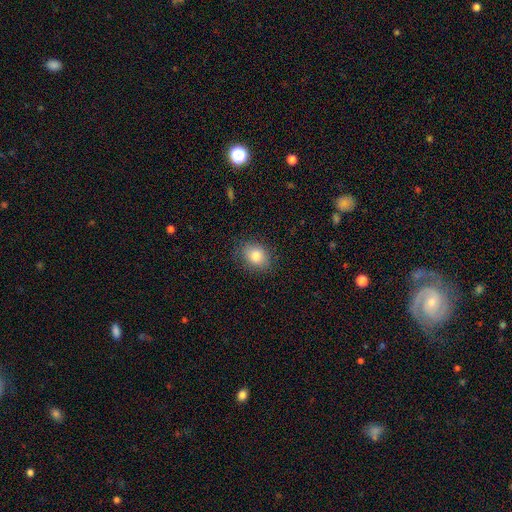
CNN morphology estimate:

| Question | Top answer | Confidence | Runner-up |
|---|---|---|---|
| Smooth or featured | smooth | 83% | star or artifact (9%) |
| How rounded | in between | 61% | round (38%) |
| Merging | none | 82% | minor disturbance (14%) |